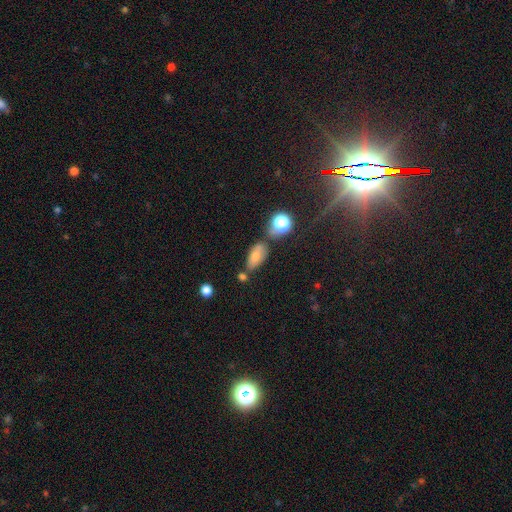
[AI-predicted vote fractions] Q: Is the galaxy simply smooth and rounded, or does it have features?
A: smooth — 64%.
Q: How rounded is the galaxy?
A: in between — 85%.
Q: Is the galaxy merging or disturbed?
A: none — 63%.